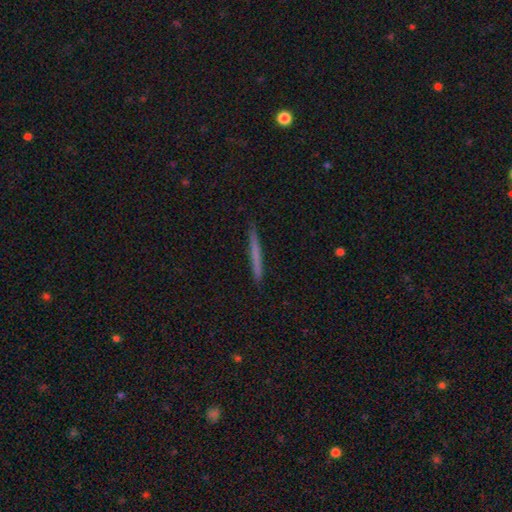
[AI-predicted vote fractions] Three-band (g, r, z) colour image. It shows a smooth galaxy with no disk features (61%) that is cigar-shaped (97%). Merging: none (91%).